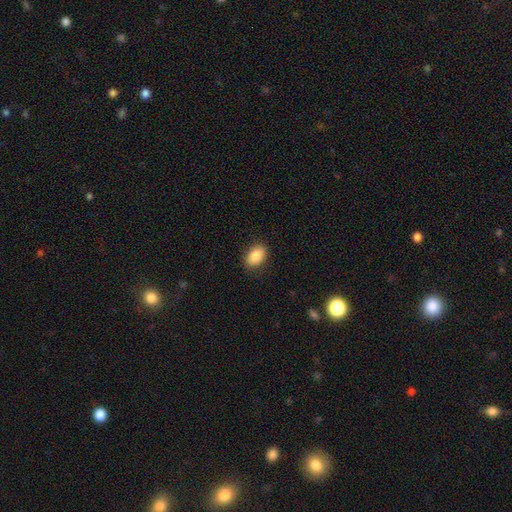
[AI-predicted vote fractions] smooth-or-featured: smooth: 87% | star or artifact: 7% | featured or disk: 5%
  how-rounded: in between: 88% | round: 11% | cigar-shaped: 1%
  merging: none: 86% | minor disturbance: 10% | major disturbance: 3% | merger: 1%